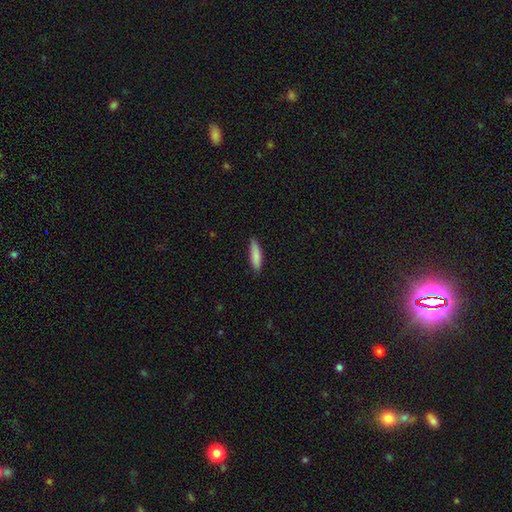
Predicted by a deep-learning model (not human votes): A smooth galaxy with no disk features (86%) that is cigar-shaped (70%). Merging: none (84%).